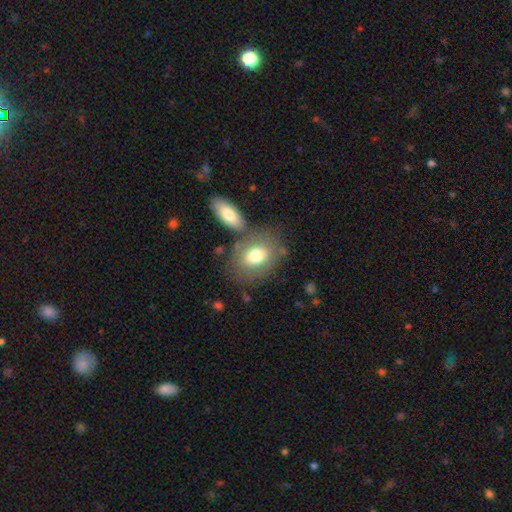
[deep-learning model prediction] The model was most divided on "how rounded": in between: 67%, round: 32%, cigar-shaped: 1%. More confident: smooth or featured — smooth (74%); merging — none (60%).